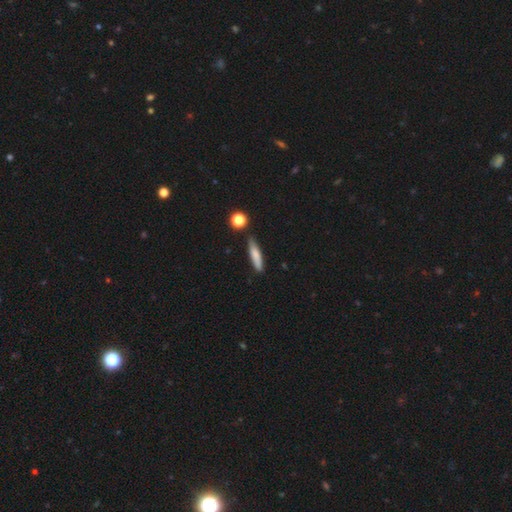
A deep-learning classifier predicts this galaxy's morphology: Q: Smooth or featured?
A: smooth (76%); runner-up: featured or disk (17%)
Q: How rounded?
A: cigar-shaped (80%); runner-up: in between (17%)
Q: Merging?
A: none (80%); runner-up: minor disturbance (13%)